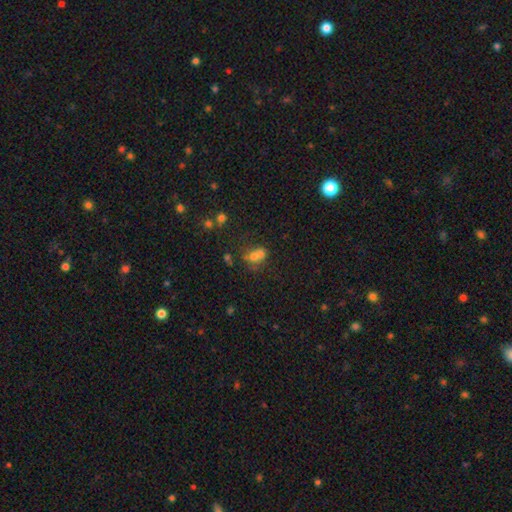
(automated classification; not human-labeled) This is likely a smooth galaxy (62%). How rounded: possibly round (56%). Merging: possibly merger (57%).